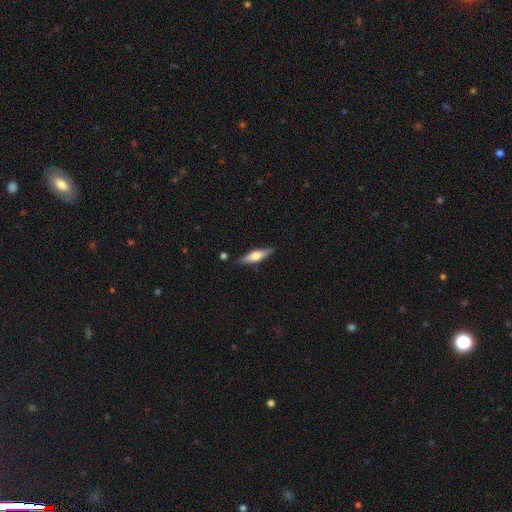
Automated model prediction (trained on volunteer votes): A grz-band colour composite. It shows a smooth galaxy with no disk features (48%). Merging: none (85%).